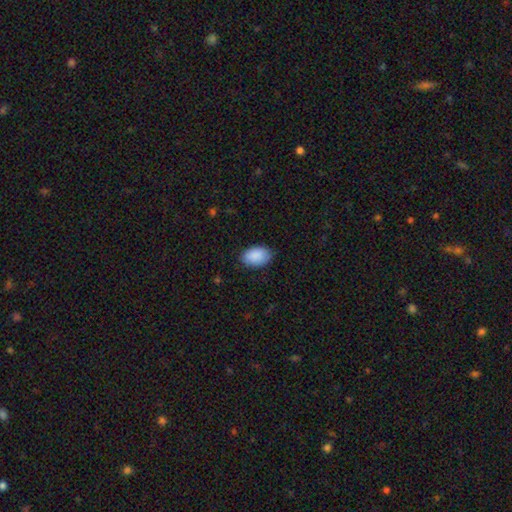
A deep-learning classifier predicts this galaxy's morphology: Smooth or featured? Predicted: smooth (p=0.91). How rounded? Predicted: in between (p=0.91). Merging? Predicted: none (p=0.84).